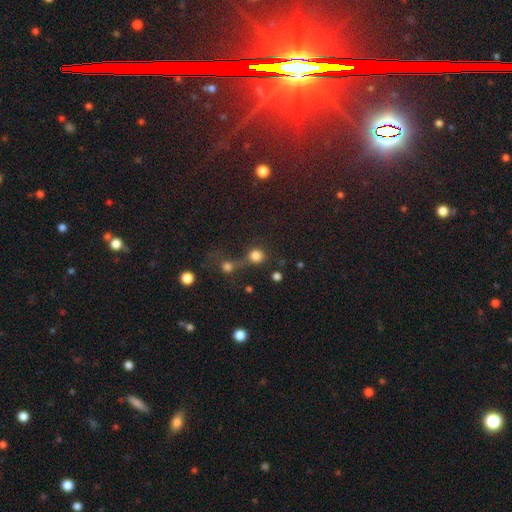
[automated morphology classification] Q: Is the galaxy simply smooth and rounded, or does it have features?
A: smooth — 80%.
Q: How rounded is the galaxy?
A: round — 88%.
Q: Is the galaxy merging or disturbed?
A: none — 49%.